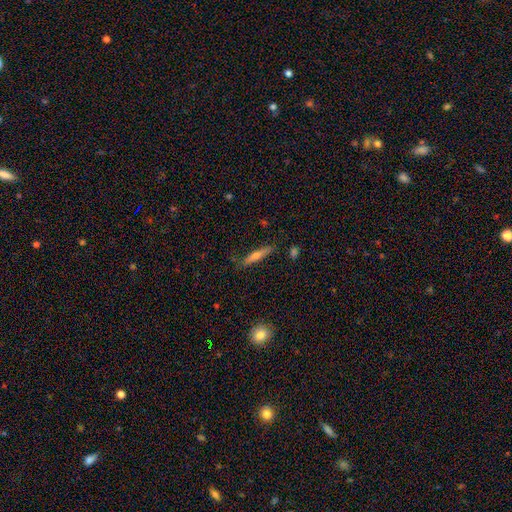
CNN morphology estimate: Smooth or featured? smooth (50%)
Merging? none (84%)